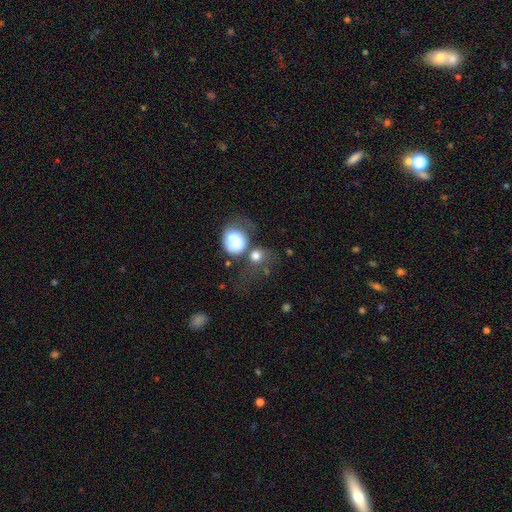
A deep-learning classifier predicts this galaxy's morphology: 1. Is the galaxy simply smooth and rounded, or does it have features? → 69% smooth, 22% featured or disk, 9% star or artifact.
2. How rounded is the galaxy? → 69% round, 30% in between, 1% cigar-shaped.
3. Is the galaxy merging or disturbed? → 41% merger, 23% none, 22% major disturbance, 14% minor disturbance.